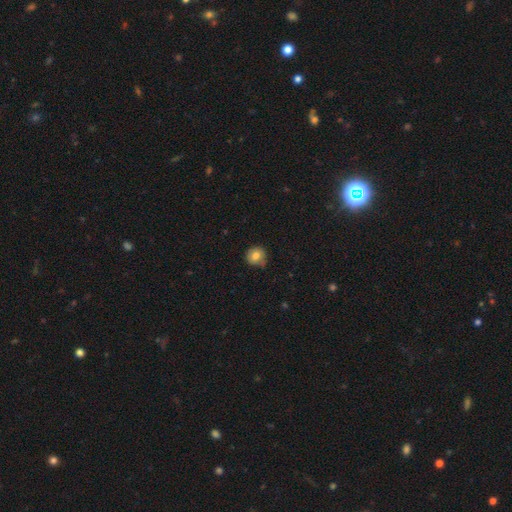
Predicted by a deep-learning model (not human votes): Smooth or featured? Predicted: smooth (p=0.79). How rounded? Predicted: round (p=0.86). Merging? Predicted: none (p=0.74).